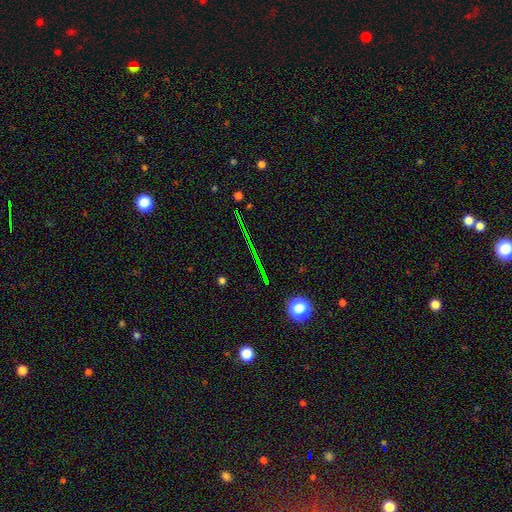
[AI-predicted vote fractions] Smooth or featured? Predicted: star or artifact (p=0.68).